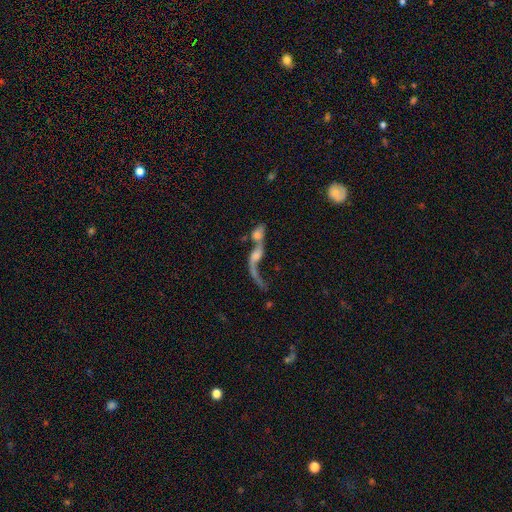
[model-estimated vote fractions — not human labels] Overall: featured or disk (65%). Edge-on disk: no (84%). Bar: no (67%). Spiral arms: yes (65%; no 35%). Bulge size: small (32%, tied with moderate). Merging: merger (63%).